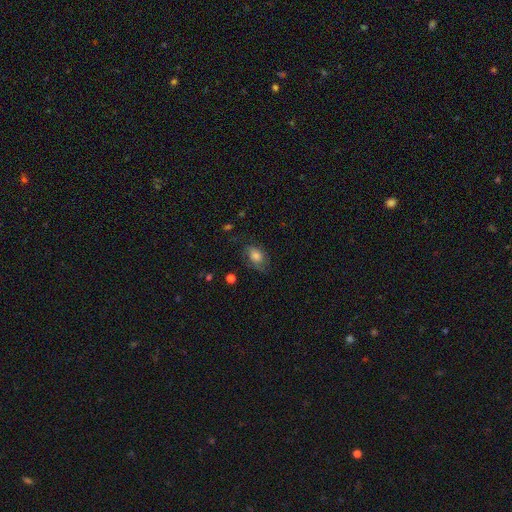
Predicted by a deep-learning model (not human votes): Smooth or featured?
  - smooth: 63% *
  - featured or disk: 27%
  - star or artifact: 10%
How rounded?
  - in between: 81% *
  - round: 17%
  - cigar-shaped: 2%
Merging?
  - none: 60% *
  - minor disturbance: 25%
  - major disturbance: 14%
  - merger: 2%